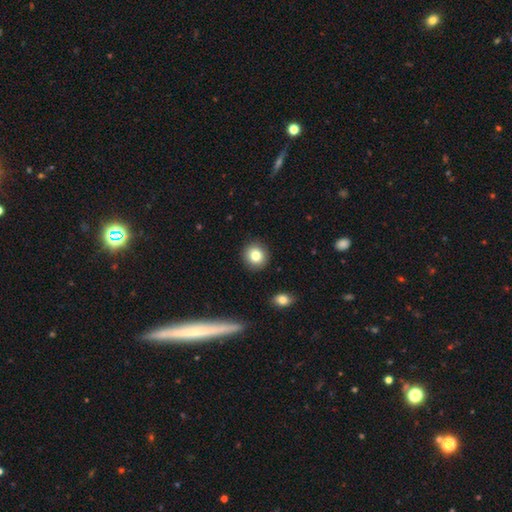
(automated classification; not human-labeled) Smooth or featured: smooth — 82% (star or artifact — 10%)
How rounded: round — 88% (in between — 11%)
Merging: none — 90% (minor disturbance — 6%)